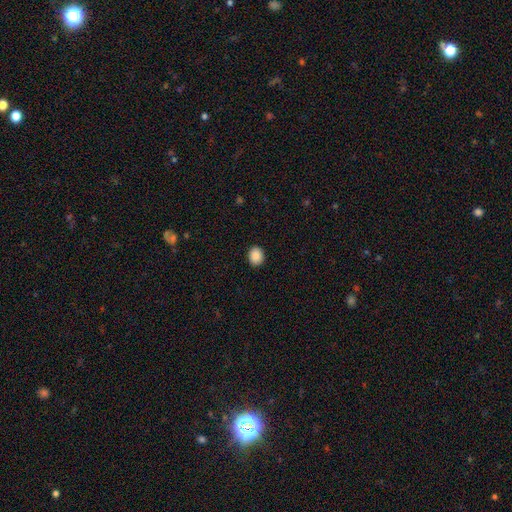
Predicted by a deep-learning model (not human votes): A smooth galaxy with no disk features (89%) that is round (53%). Merging: none (91%).